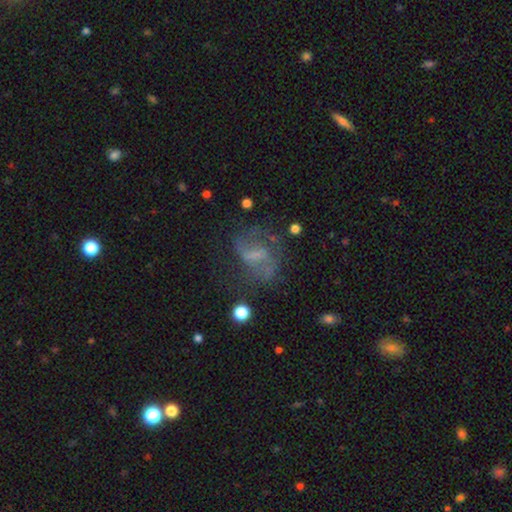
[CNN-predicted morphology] The model was most divided on "bulge size": none: 47%, small: 32%, moderate: 17%, large: 3%, dominant: 1%. Remaining: edge-on disk — no (97%); spiral arms — yes (75%); smooth or featured — featured or disk (65%); merging — none (50%); bar — weak (47%).